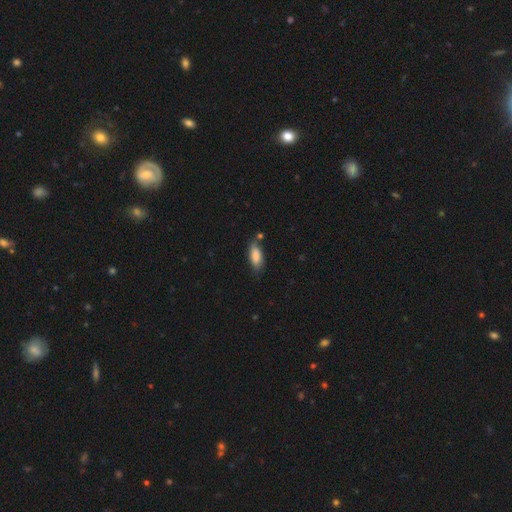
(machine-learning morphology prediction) Smooth or featured? smooth (82%)
How rounded? in between (79%)
Merging? none (63%)